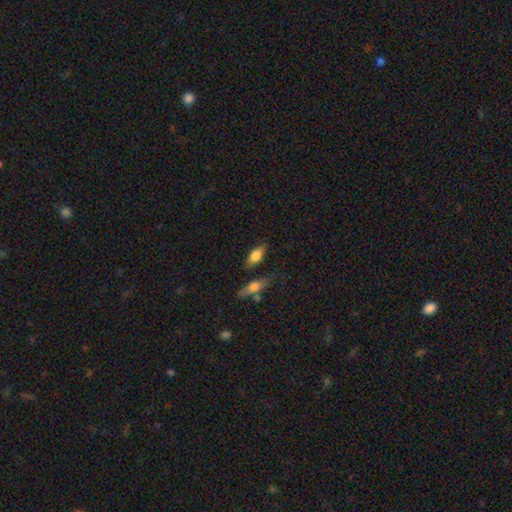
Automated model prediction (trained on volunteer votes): smooth 73%, featured or disk 20%, star or artifact 7%. Down the decision tree: how rounded — in between (80%); merging — none (74%).